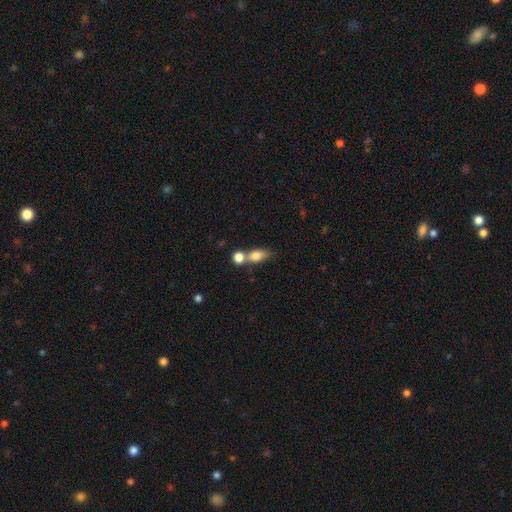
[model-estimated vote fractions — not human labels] The model was most divided on "merging": merger: 49%, none: 36%, minor disturbance: 10%, major disturbance: 5%. More confident: smooth or featured — smooth (78%); how rounded — in between (71%).